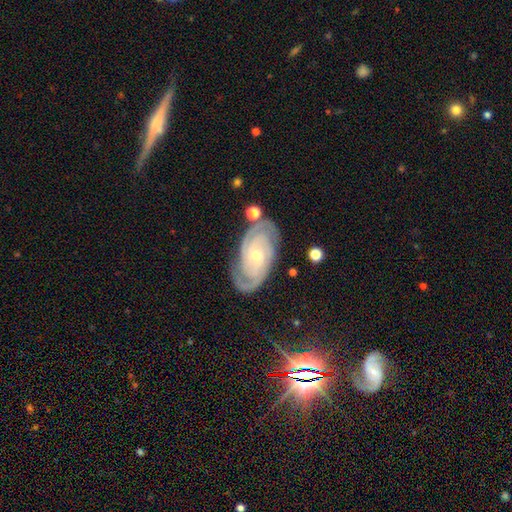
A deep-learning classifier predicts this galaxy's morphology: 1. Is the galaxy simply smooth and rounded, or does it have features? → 90% featured or disk, 5% smooth, 5% star or artifact.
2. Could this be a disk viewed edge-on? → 96% no, 4% yes.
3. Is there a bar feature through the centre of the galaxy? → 65% no, 26% weak, 9% strong.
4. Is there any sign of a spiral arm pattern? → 98% yes, 2% no.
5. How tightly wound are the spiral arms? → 74% tight, 22% medium, 4% loose.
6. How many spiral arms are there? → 46% 2, 23% 3, 14% can't tell, 8% 4, 4% more than 4, 4% 1.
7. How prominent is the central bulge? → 62% small, 35% moderate, 1% large, 1% none, 1% dominant.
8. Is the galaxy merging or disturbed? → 78% none, 15% minor disturbance, 4% major disturbance, 3% merger.